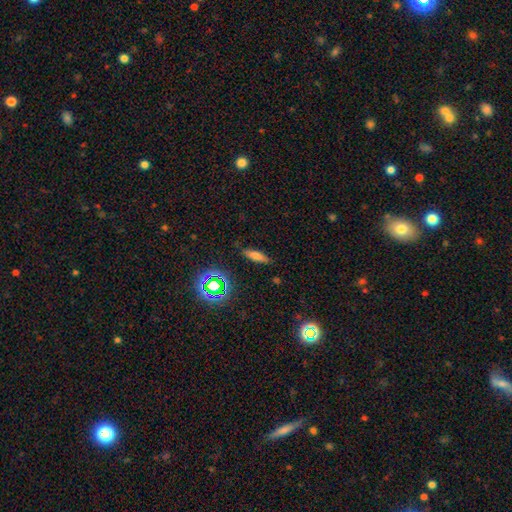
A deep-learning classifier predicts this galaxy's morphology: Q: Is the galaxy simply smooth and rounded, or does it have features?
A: smooth — 68%.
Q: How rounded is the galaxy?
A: cigar-shaped — 65%.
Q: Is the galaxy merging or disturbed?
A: none — 83%.